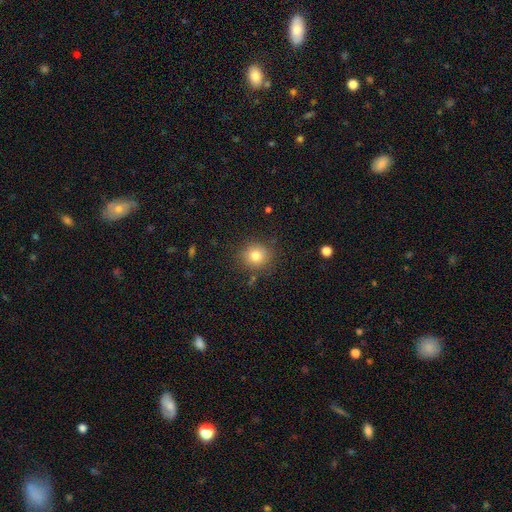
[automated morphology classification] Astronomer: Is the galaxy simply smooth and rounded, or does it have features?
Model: smooth — 80%.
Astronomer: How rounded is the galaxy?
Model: round — 88%.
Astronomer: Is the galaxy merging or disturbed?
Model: none — 85%.